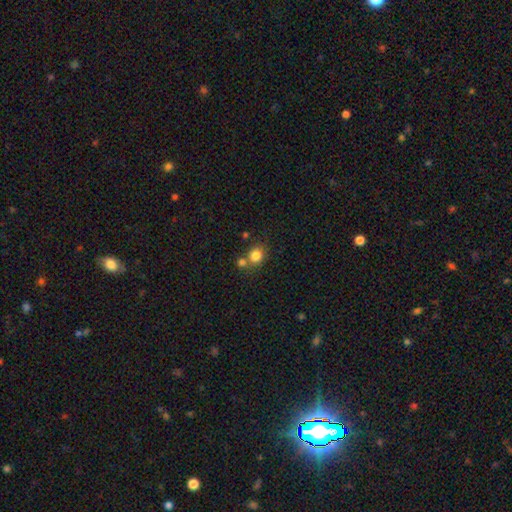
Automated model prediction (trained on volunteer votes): This is clearly a smooth galaxy (82%). How rounded: likely round (77%). Merging: possibly none (58%).